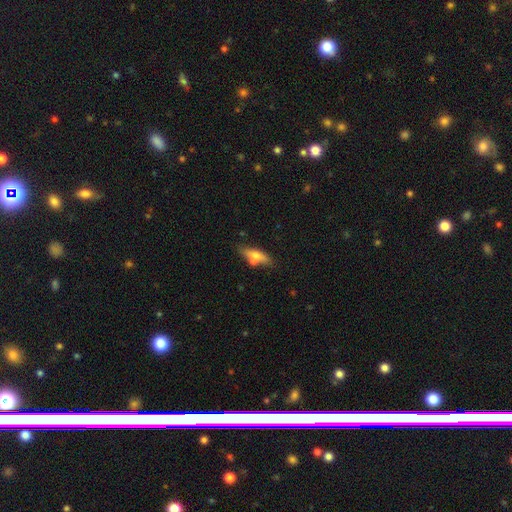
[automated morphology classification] This appears to be a smooth galaxy with no disk features (54%) that is cigar-shaped (59%). Merging: none (65%).